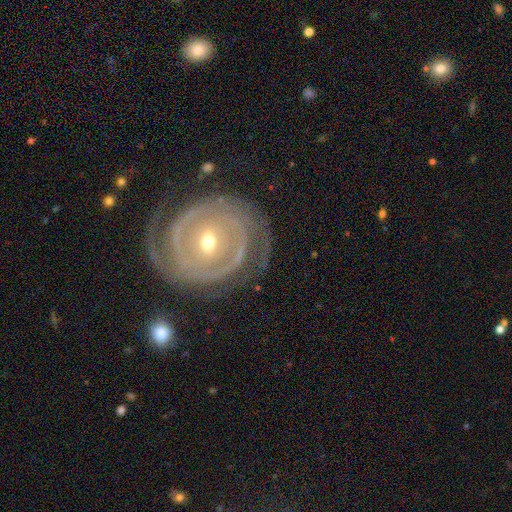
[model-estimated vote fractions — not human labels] This is clearly a featured or disk galaxy (90%). It is clearly not viewed edge-on (97%). Bar: possibly no (50%). Spiral arm pattern: clearly yes (96%). Spiral arm count: likely 2 (60%). Spiral winding: clearly tight (81%). Central bulge: possibly moderate (50%). Merging: likely none (77%).